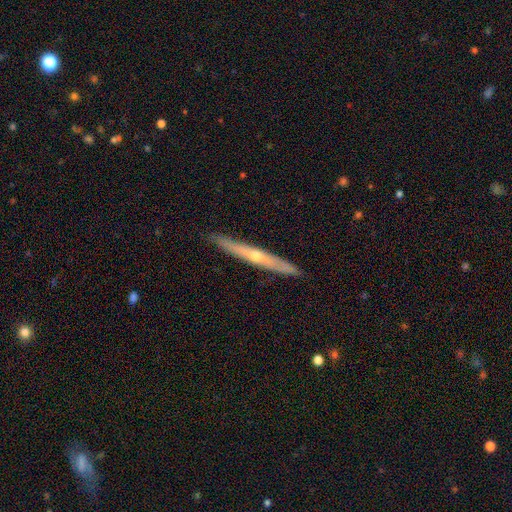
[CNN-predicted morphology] The model was most divided on "smooth or featured": featured or disk: 66%, smooth: 28%, star or artifact: 6%. More confident: edge-on disk — yes (94%); merging — none (89%); edge-on bulge — rounded (70%).